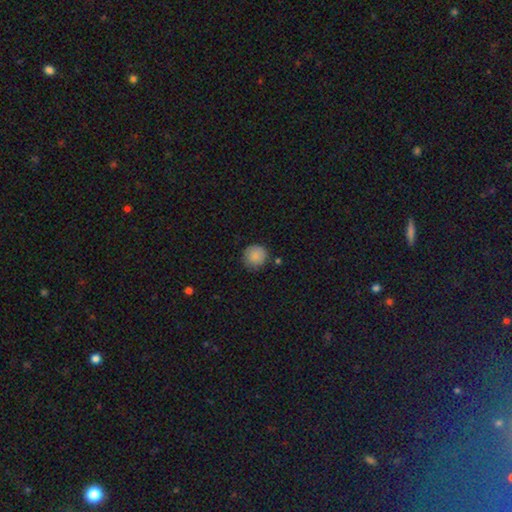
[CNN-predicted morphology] A smooth galaxy with no disk features (86%) that is round (92%).

Vote fractions:
- Smooth or featured? smooth: 86% / star or artifact: 8% / featured or disk: 5%
- How rounded? round: 92% / in between: 7% / cigar-shaped: 1%
- Merging? none: 83% / minor disturbance: 12% / major disturbance: 3% / merger: 3%